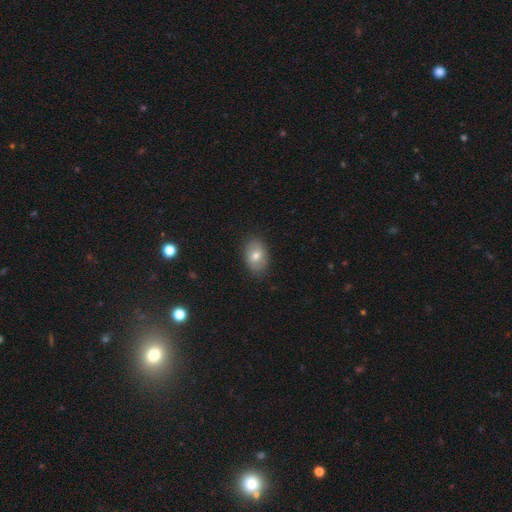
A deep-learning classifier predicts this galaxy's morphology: Overall: smooth (73%). How rounded: in between (81%). Merging: none (84%).